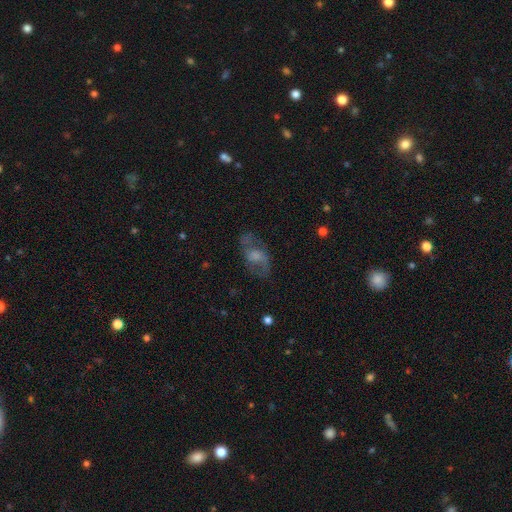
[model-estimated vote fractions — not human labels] This appears to be a featured or disk galaxy (55%) with no bar (57%), spiral arms (63%) and a moderate central bulge (35%). Merging: none (62%).